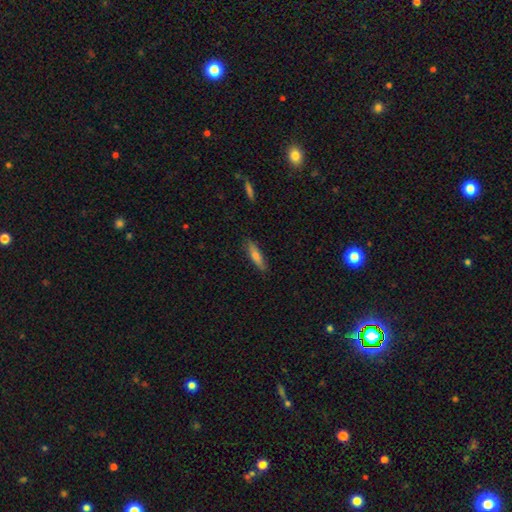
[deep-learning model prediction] A smooth galaxy with no disk features (66%) that is cigar-shaped (75%). Merging: none (86%).